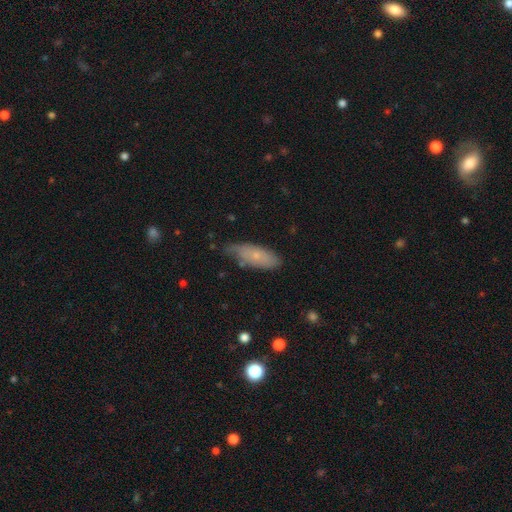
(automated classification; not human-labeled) A smooth galaxy with no disk features (61%) that is in between round and cigar-shaped (71%).

Vote fractions:
- Smooth or featured? smooth: 61% / featured or disk: 32% / star or artifact: 7%
- How rounded? in between: 71% / cigar-shaped: 26% / round: 3%
- Merging? none: 59% / minor disturbance: 33% / major disturbance: 6% / merger: 2%